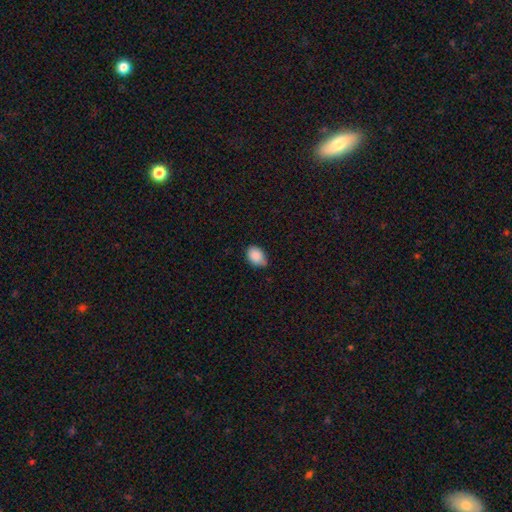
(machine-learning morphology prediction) Smooth or featured?
  - smooth: 89% *
  - star or artifact: 8%
  - featured or disk: 4%
How rounded?
  - in between: 78% *
  - round: 21%
  - cigar-shaped: 1%
Merging?
  - none: 67% *
  - minor disturbance: 28%
  - major disturbance: 3%
  - merger: 1%